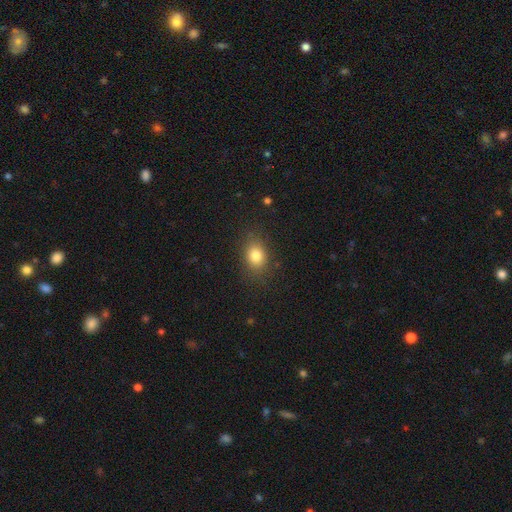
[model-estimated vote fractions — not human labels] A smooth galaxy with no disk features (81%) that is in between round and cigar-shaped (62%). Merging: none (83%).